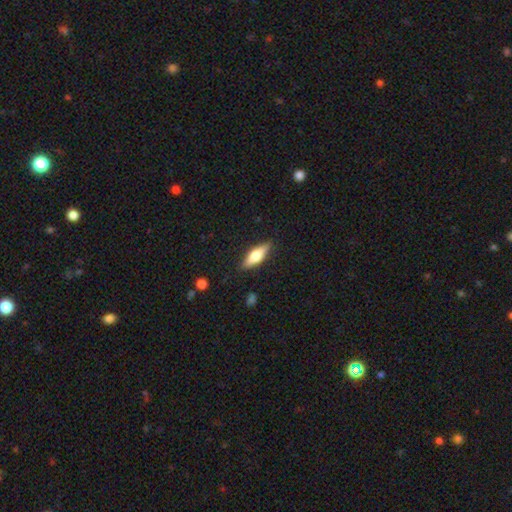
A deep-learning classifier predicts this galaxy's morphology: smooth 57%, featured or disk 37%, star or artifact 6%. Down the decision tree: how rounded — in between (50%); merging — none (86%).